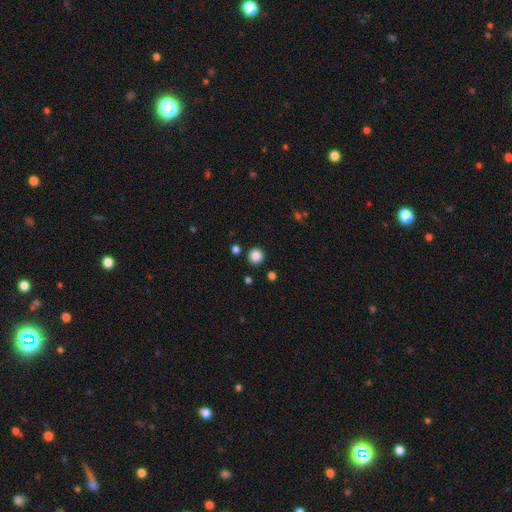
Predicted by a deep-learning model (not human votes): Smooth or featured?
  - smooth: 86% *
  - star or artifact: 11%
  - featured or disk: 3%
How rounded?
  - round: 95% *
  - in between: 4%
  - cigar-shaped: 1%
Merging?
  - none: 89% *
  - minor disturbance: 6%
  - merger: 3%
  - major disturbance: 2%